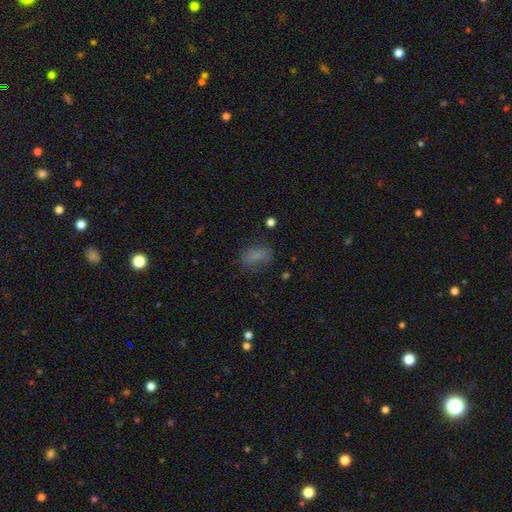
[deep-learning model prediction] A smooth galaxy with no disk features (76%) that is in between round and cigar-shaped (85%).

Vote fractions:
- Smooth or featured? smooth: 76% / star or artifact: 13% / featured or disk: 10%
- How rounded? in between: 85% / round: 12% / cigar-shaped: 3%
- Merging? none: 66% / minor disturbance: 21% / major disturbance: 11% / merger: 2%